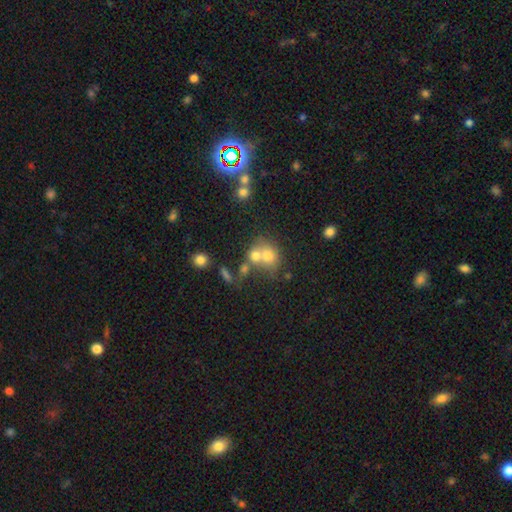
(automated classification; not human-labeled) Morphology: type=smooth (68%); roundness=round (70%); merging=merger (56%).